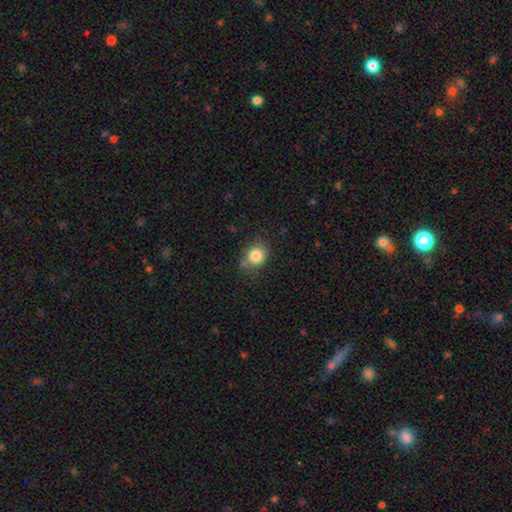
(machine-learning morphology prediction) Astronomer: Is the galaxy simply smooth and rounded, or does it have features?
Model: smooth — 82%.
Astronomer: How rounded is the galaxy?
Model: round — 76%.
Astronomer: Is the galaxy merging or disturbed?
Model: none — 72%.